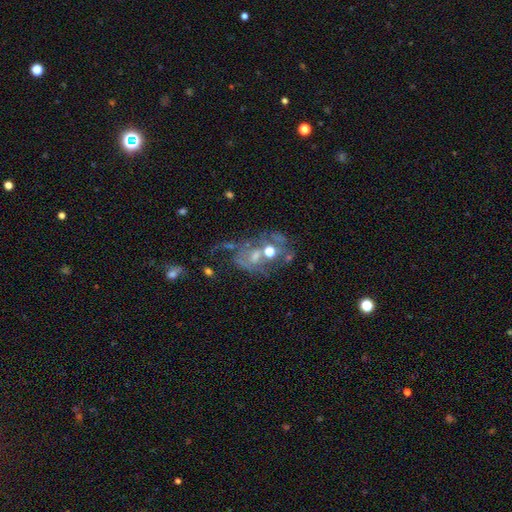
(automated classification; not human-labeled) smooth-or-featured: featured or disk: 63% | star or artifact: 20% | smooth: 16%
  disk-edge-on: no: 96% | yes: 4%
    bar: no: 69% | weak: 23% | strong: 8%
    has-spiral-arms: yes: 53% | no: 47%
    bulge-size: moderate: 47% | small: 31% | none: 13% | large: 7% | dominant: 2%
  merging: none: 31% (tied) | major disturbance: 31% (tied) | merger: 23% | minor disturbance: 15%